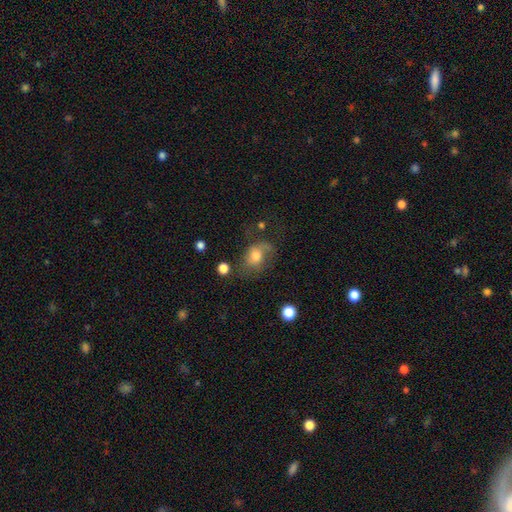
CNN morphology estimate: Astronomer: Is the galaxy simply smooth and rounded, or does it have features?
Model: smooth — 64%.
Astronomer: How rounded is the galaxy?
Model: in between — 59% (runner-up: round, 39%).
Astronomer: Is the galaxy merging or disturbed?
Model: none — 38% (runner-up: major disturbance, 31%).